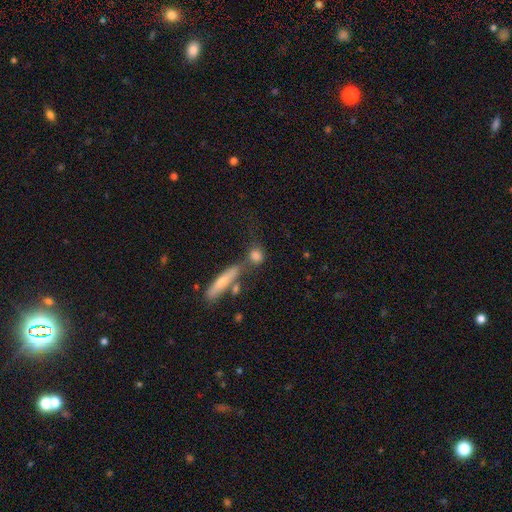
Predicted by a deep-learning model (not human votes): A smooth galaxy with no disk features (78%) that is round (57%).

Vote fractions:
- Smooth or featured? smooth: 78% / featured or disk: 12% / star or artifact: 10%
- How rounded? round: 57% / in between: 25% / cigar-shaped: 19%
- Merging? none: 59% / merger: 21% / minor disturbance: 13% / major disturbance: 6%